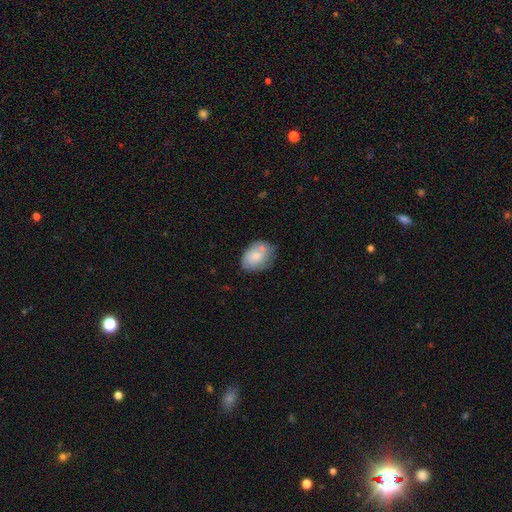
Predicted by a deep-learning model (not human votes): Smooth or featured?
  - smooth: 72% *
  - featured or disk: 21%
  - star or artifact: 7%
How rounded?
  - in between: 78% *
  - round: 21%
  - cigar-shaped: 1%
Merging?
  - none: 54% *
  - minor disturbance: 27%
  - merger: 12%
  - major disturbance: 7%